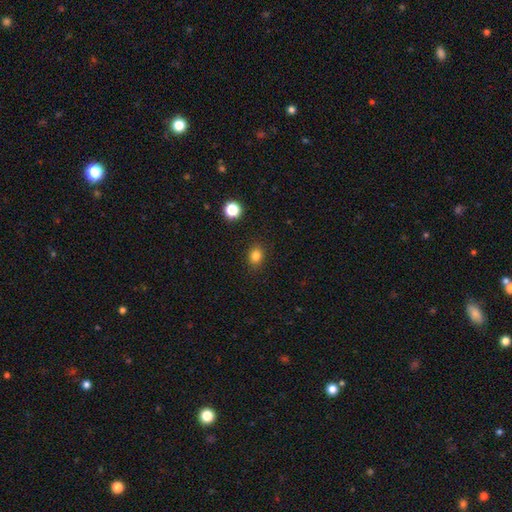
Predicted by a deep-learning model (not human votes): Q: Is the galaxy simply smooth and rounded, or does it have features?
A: smooth — 82%.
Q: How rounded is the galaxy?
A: round — 53%.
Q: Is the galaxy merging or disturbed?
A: none — 88%.